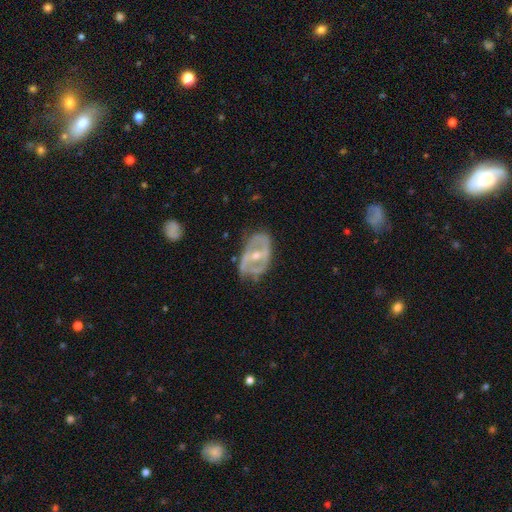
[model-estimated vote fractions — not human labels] Morphology: type=featured or disk (79%); edge-on=no (93%); bar=strong (46%); spiral arms=yes (58%); bulge=moderate (54%); merging=none (56%).